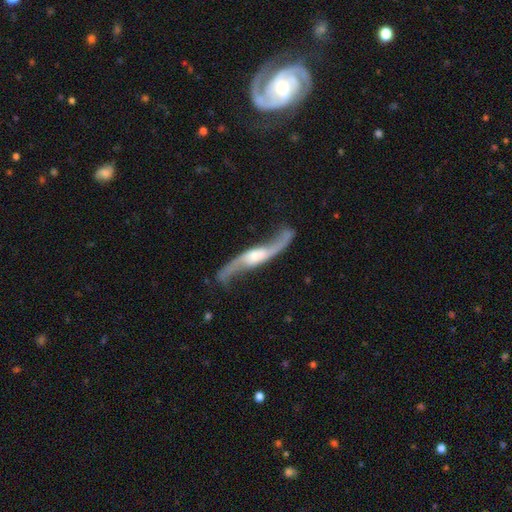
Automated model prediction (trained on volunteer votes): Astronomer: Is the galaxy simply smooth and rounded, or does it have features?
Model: featured or disk — 88%.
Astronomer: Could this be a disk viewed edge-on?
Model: no — 71%.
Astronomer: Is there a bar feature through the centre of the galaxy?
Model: no — 46% (runner-up: weak, 37%).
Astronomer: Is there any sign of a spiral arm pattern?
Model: yes — 96%.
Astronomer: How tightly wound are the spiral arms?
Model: loose — 90%.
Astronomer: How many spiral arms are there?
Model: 2 — 94%.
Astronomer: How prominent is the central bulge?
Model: moderate — 46% (runner-up: small, 25%).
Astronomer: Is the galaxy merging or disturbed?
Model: none — 74%.